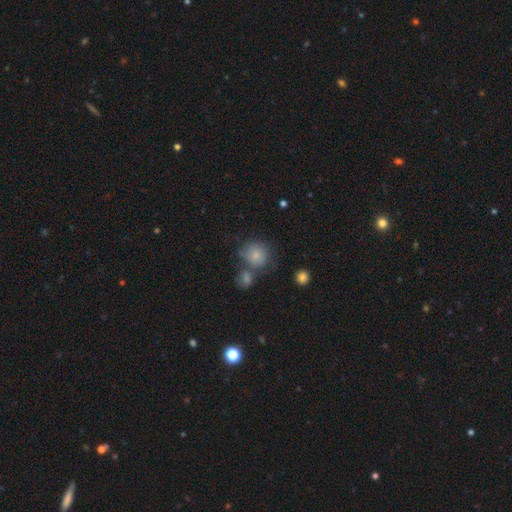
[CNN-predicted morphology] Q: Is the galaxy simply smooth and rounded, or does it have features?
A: smooth — 81%.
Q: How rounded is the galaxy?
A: round — 83%.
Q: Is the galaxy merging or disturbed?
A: none — 47%.